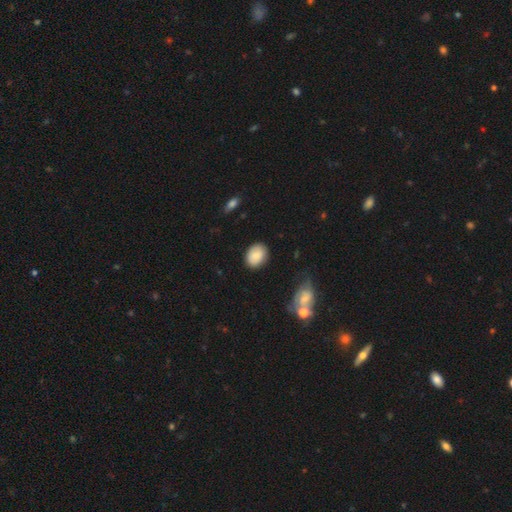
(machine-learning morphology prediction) The model was most divided on "how rounded": in between: 66%, round: 33%, cigar-shaped: 1%. More confident: smooth or featured — smooth (83%); merging — none (82%).